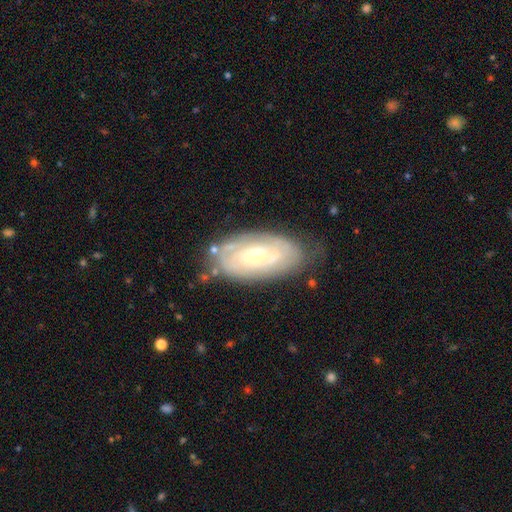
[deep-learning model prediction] Smooth or featured? featured or disk (77%)
Edge-on disk? no (93%)
Bar? no (67%)
Spiral arms? yes (82%)
Spiral winding? tight (76%)
Spiral arm count? can't tell (55%)
Bulge size? small (52%)
Merging? none (72%)